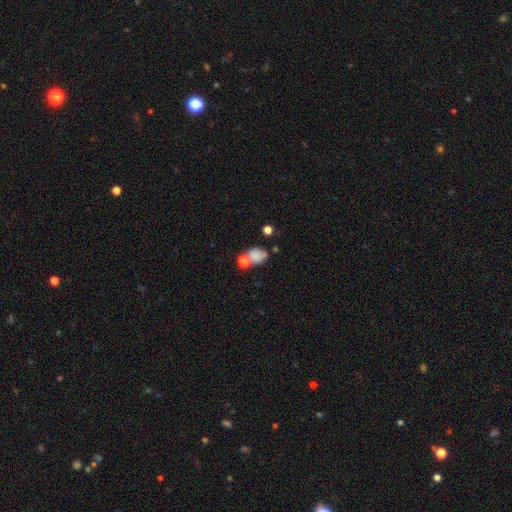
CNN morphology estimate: Smooth or featured? smooth (78%)
How rounded? round (55%)
Merging? none (45%)